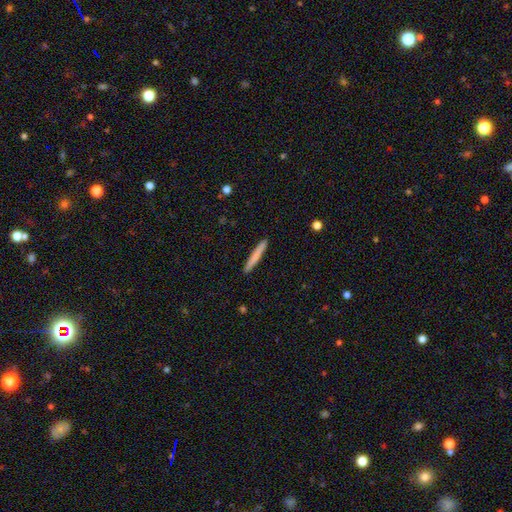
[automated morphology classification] Q: Smooth or featured?
A: smooth (76%); runner-up: featured or disk (19%)
Q: How rounded?
A: cigar-shaped (96%); runner-up: in between (3%)
Q: Merging?
A: none (92%); runner-up: minor disturbance (6%)